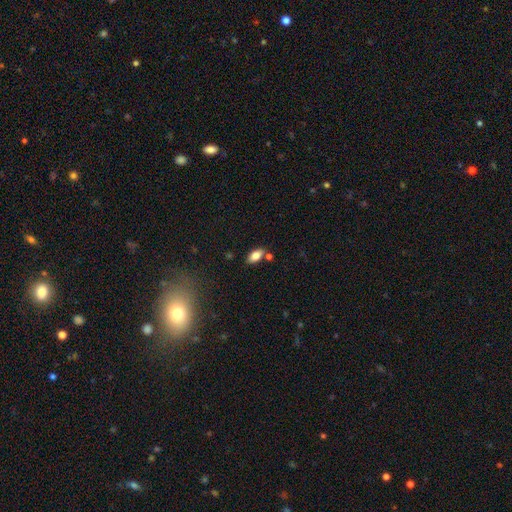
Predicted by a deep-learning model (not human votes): Smooth or featured: smooth — 80% (featured or disk — 12%)
How rounded: in between — 90% (cigar-shaped — 6%)
Merging: none — 74% (minor disturbance — 13%)